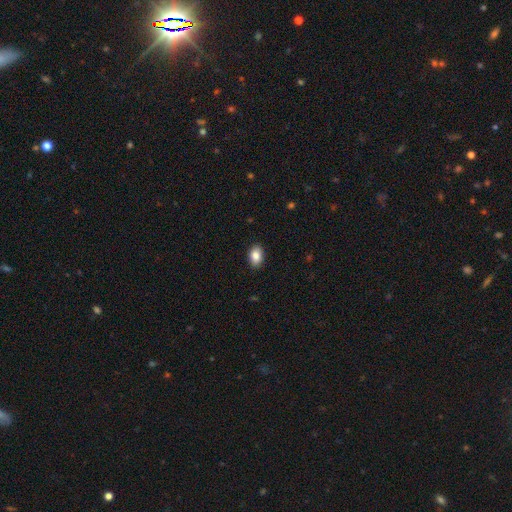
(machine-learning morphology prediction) Smooth or featured: smooth — 87% (star or artifact — 8%)
How rounded: in between — 85% (round — 13%)
Merging: none — 89% (minor disturbance — 8%)